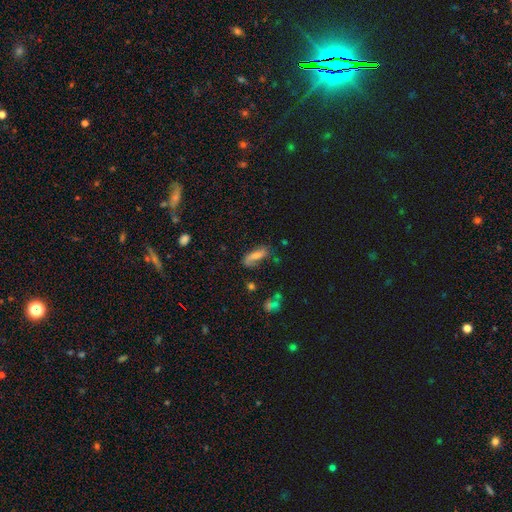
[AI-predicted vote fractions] A smooth galaxy with no disk features (51%) that is in between round and cigar-shaped (66%).

Vote fractions:
- Smooth or featured? smooth: 51% / featured or disk: 40% / star or artifact: 9%
- How rounded? in between: 66% / cigar-shaped: 30% / round: 3%
- Merging? none: 54% / minor disturbance: 26% / major disturbance: 15% / merger: 4%